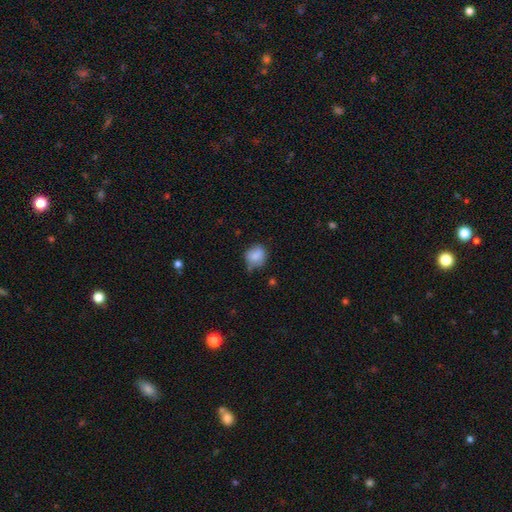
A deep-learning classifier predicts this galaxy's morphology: Smooth or featured: smooth — 81% (featured or disk — 10%)
How rounded: round — 73% (in between — 26%)
Merging: none — 60% (minor disturbance — 30%)